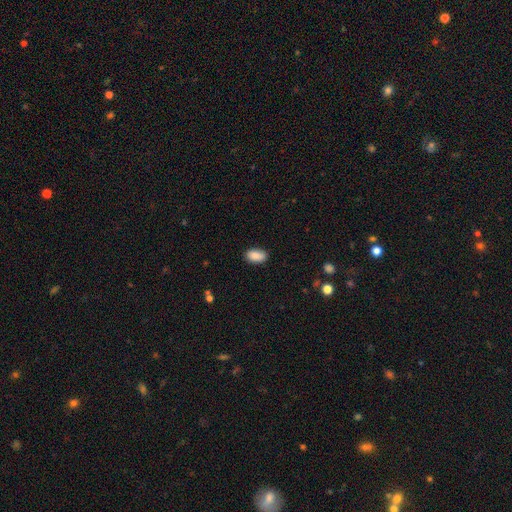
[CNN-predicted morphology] A smooth galaxy with no disk features (88%) that is in between round and cigar-shaped (93%).

Vote fractions:
- Smooth or featured? smooth: 88% / star or artifact: 7% / featured or disk: 5%
- How rounded? in between: 93% / round: 4% / cigar-shaped: 2%
- Merging? none: 85% / minor disturbance: 12% / major disturbance: 2% / merger: 1%